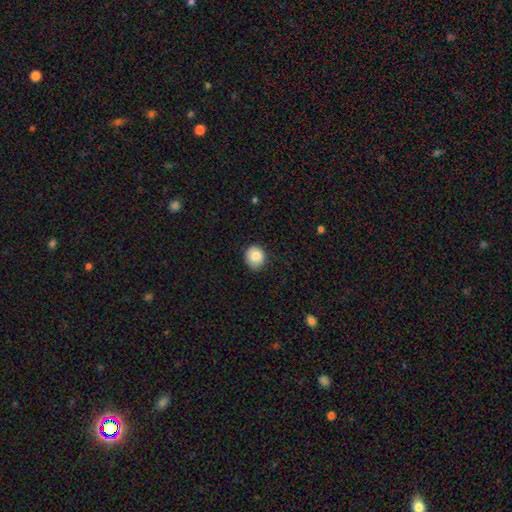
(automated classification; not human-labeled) smooth-or-featured: smooth: 84% | star or artifact: 8% | featured or disk: 8%
  how-rounded: round: 78% | in between: 21% | cigar-shaped: 1%
  merging: none: 81% | minor disturbance: 16% | major disturbance: 3% | merger: 1%